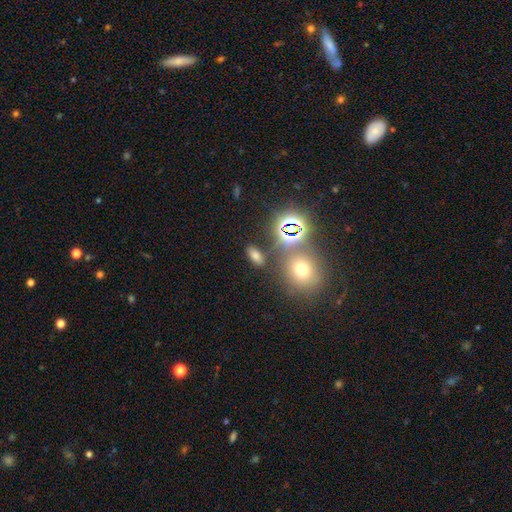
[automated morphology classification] A smooth galaxy with no disk features (62%) that is in between round and cigar-shaped (78%).

Vote fractions:
- Smooth or featured? smooth: 62% / star or artifact: 30% / featured or disk: 9%
- How rounded? in between: 78% / round: 14% / cigar-shaped: 8%
- Merging? none: 79% / minor disturbance: 10% / merger: 7% / major disturbance: 4%